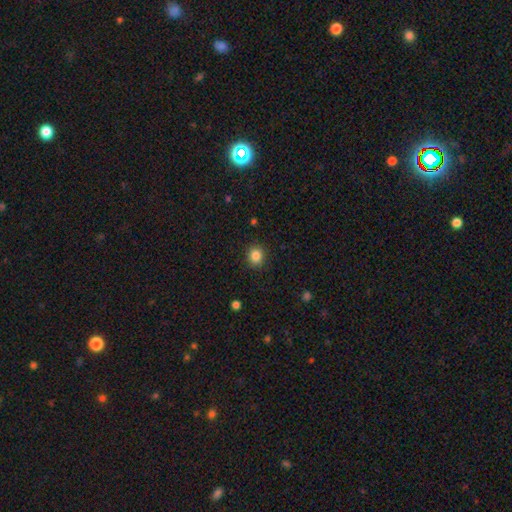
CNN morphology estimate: Smooth or featured? Predicted: smooth (p=0.84). How rounded? Predicted: round (p=0.80). Merging? Predicted: none (p=0.90).